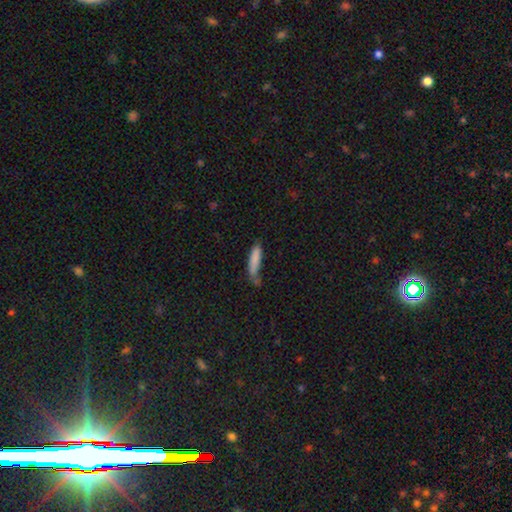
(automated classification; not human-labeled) Smooth or featured? Predicted: smooth (p=0.79). How rounded? Predicted: cigar-shaped (p=0.82). Merging? Predicted: none (p=0.56).